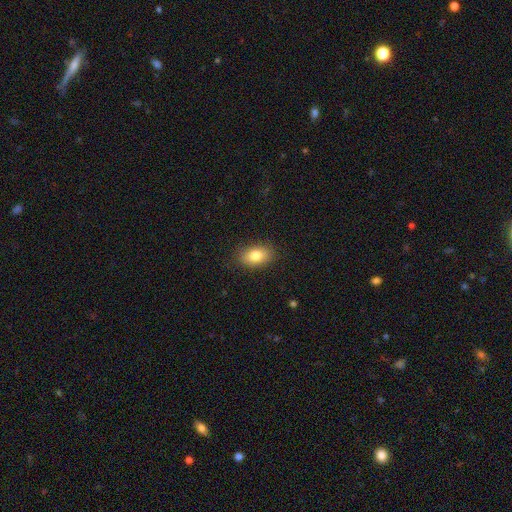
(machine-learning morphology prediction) This is clearly a smooth galaxy (81%). How rounded: clearly in between (87%). Merging: clearly none (87%).